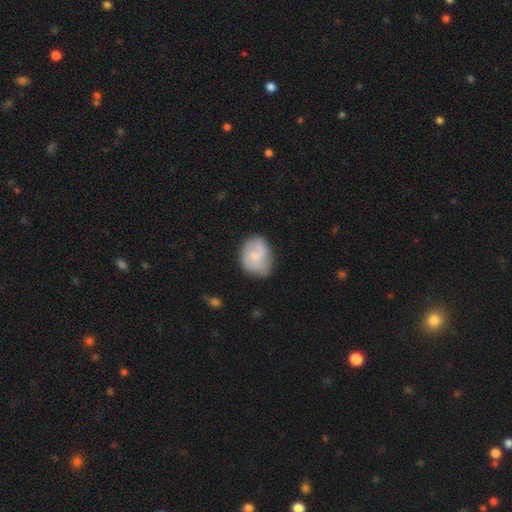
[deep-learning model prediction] smooth 55%, featured or disk 38%, star or artifact 7%. Down the decision tree: how rounded — in between (52%); merging — none (57%).